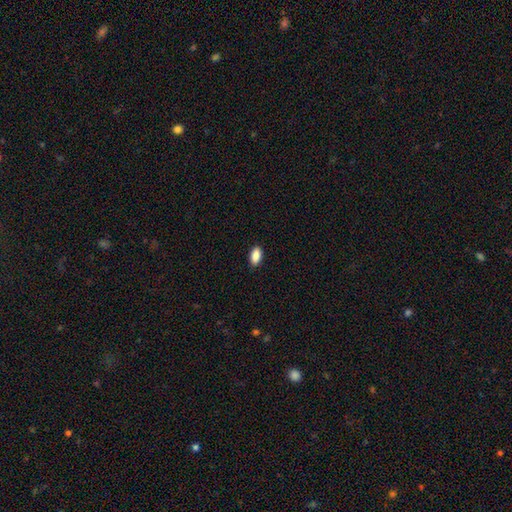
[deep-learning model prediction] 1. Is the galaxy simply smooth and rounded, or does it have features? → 89% smooth, 7% star or artifact, 4% featured or disk.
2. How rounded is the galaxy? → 92% in between, 5% cigar-shaped, 3% round.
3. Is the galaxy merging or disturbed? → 89% none, 8% minor disturbance, 2% major disturbance, 1% merger.